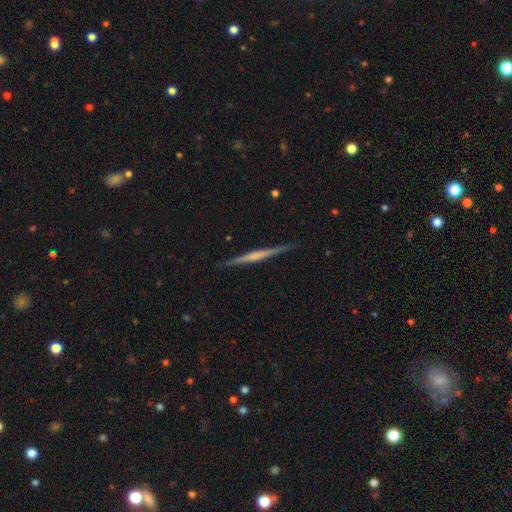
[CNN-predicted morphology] Overall: featured or disk (66%; smooth 28%). Edge-on disk: yes (98%). Edge-on bulge: none (58%; rounded 26%). Merging: none (90%).